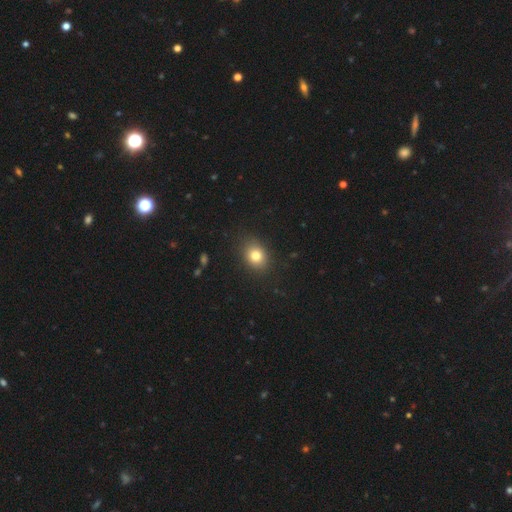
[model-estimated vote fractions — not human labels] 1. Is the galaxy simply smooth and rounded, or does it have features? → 79% smooth, 12% star or artifact, 9% featured or disk.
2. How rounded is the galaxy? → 52% round, 47% in between, 1% cigar-shaped.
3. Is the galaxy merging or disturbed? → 87% none, 9% minor disturbance, 3% major disturbance, 1% merger.